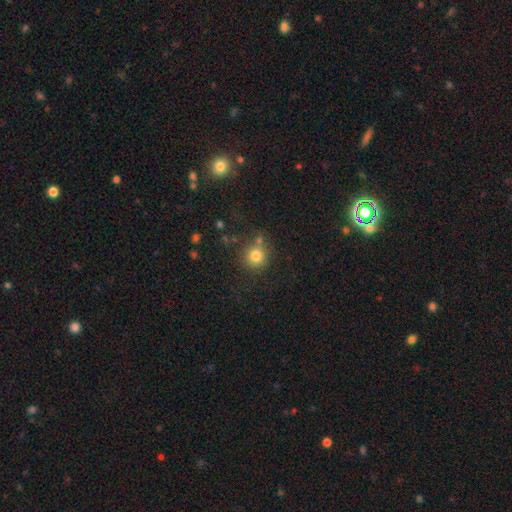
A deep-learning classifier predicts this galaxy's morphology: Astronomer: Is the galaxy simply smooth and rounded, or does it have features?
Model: smooth — 80%.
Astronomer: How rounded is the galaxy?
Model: round — 91%.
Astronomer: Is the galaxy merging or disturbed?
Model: none — 69%.